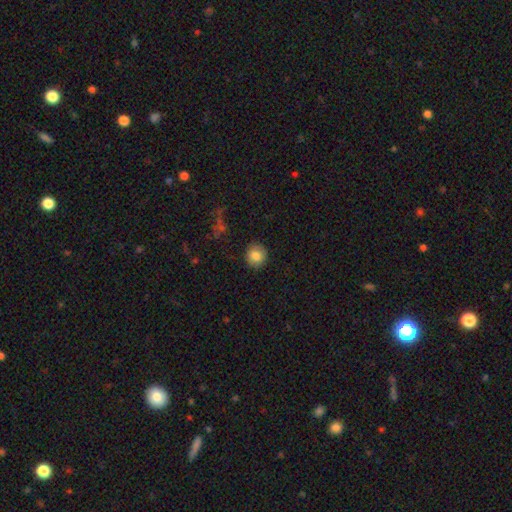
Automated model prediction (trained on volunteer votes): A smooth galaxy with no disk features (83%) that is round (88%).

Vote fractions:
- Smooth or featured? smooth: 83% / star or artifact: 9% / featured or disk: 8%
- How rounded? round: 88% / in between: 11% / cigar-shaped: 1%
- Merging? none: 89% / minor disturbance: 8% / major disturbance: 2% / merger: 1%